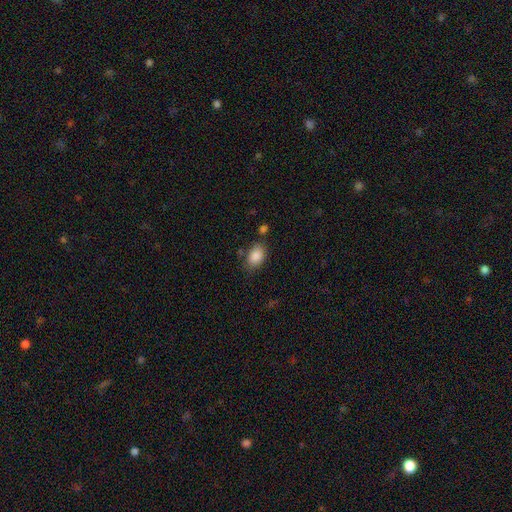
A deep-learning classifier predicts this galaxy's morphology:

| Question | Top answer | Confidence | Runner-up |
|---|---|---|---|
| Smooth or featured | smooth | 88% | star or artifact (8%) |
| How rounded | in between | 86% | round (13%) |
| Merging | none | 75% | minor disturbance (16%) |